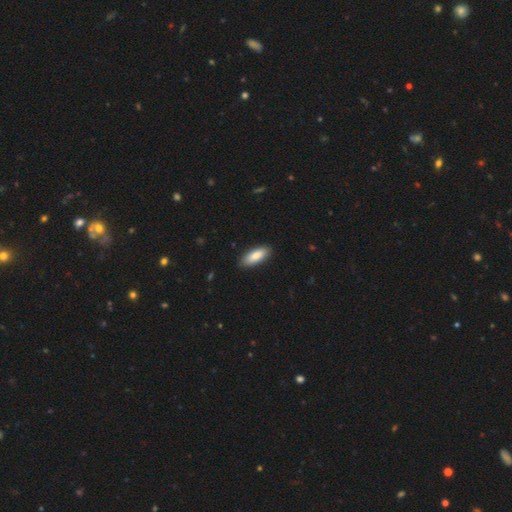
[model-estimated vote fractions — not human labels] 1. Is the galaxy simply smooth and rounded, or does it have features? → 86% smooth, 9% featured or disk, 5% star or artifact.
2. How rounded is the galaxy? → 73% in between, 25% cigar-shaped, 2% round.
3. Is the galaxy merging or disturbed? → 89% none, 9% minor disturbance, 2% major disturbance, 1% merger.